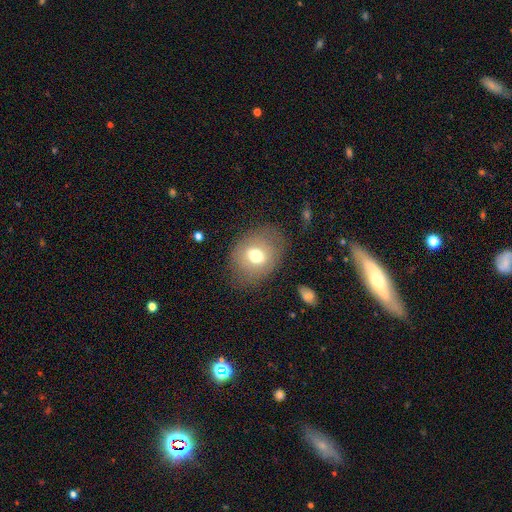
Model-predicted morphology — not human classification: This is likely a smooth galaxy (65%). How rounded: possibly in between (51%). Merging: likely none (72%).